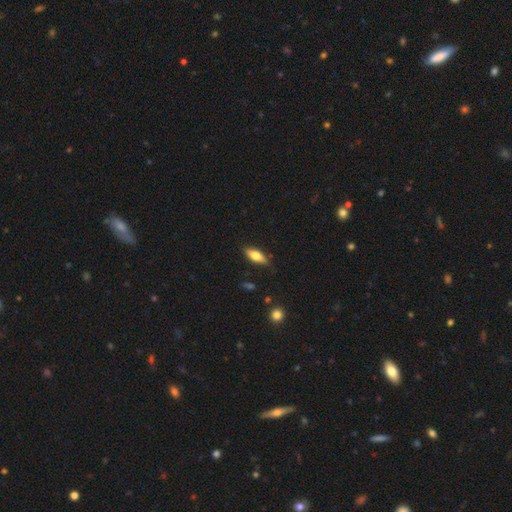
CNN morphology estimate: A smooth galaxy with no disk features (70%) that is in between round and cigar-shaped (71%). Merging: none (81%).